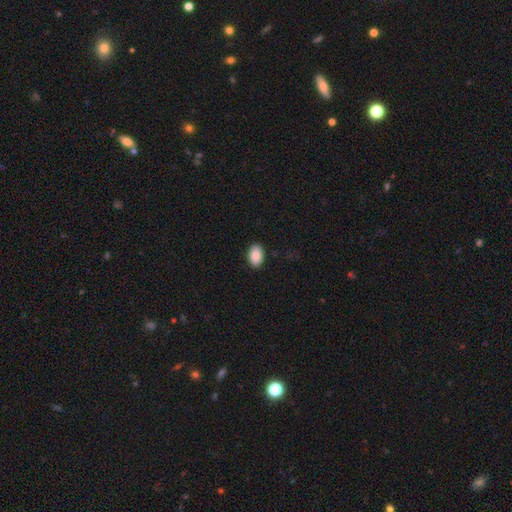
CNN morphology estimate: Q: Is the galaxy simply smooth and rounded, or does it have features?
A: smooth — 87%.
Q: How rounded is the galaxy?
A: in between — 89%.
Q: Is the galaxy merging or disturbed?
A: none — 90%.